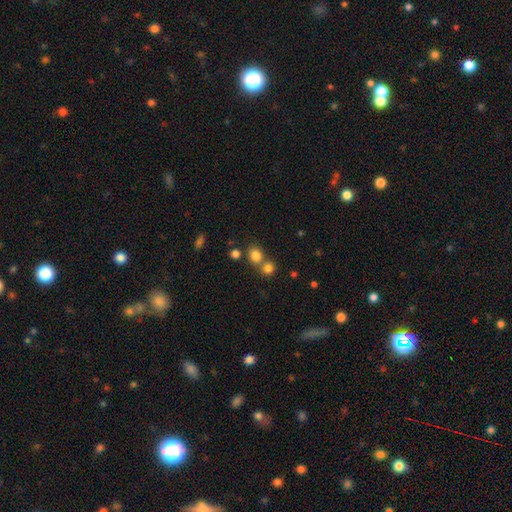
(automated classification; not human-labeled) The model was most divided on "merging": none: 56%, merger: 34%, minor disturbance: 7%, major disturbance: 3%. More confident: smooth or featured — smooth (80%); how rounded — round (77%).